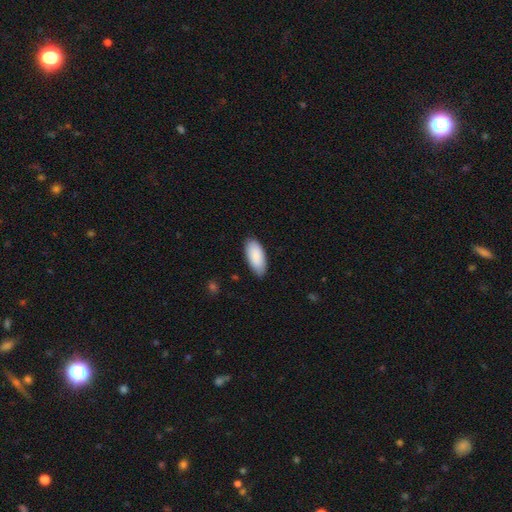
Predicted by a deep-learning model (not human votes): Q: Smooth or featured?
A: smooth (89%); runner-up: featured or disk (5%)
Q: How rounded?
A: in between (91%); runner-up: cigar-shaped (7%)
Q: Merging?
A: none (84%); runner-up: minor disturbance (13%)